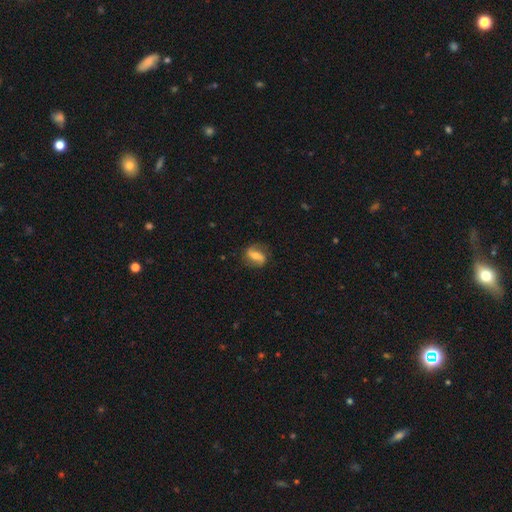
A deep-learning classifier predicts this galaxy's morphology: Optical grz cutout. It shows a featured or disk galaxy (62%) with a strong bar (44%), spiral arms (86%) and a moderate central bulge (52%). Merging: none (78%).